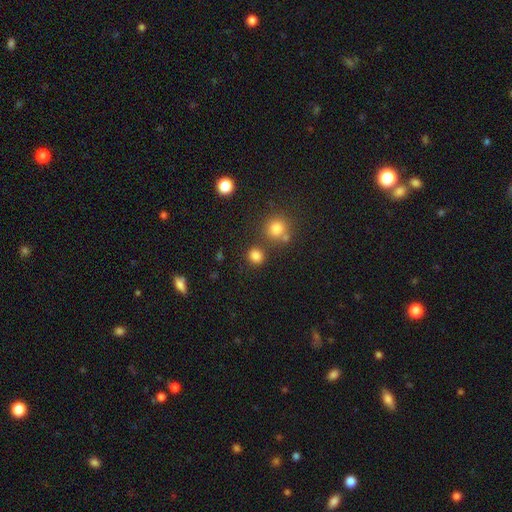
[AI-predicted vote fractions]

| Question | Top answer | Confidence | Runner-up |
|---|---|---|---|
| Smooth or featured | smooth | 81% | star or artifact (14%) |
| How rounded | round | 80% | in between (19%) |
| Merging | none | 78% | merger (10%) |